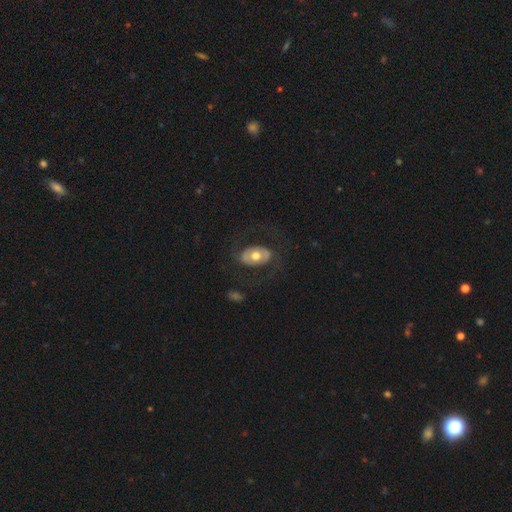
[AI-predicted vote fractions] smooth_or_featured: featured or disk (p=0.51) [alt: smooth p=0.44]
disk_edge_on: no (p=0.93) [alt: yes p=0.07]
merging: none (p=0.72) [alt: major disturbance p=0.14]